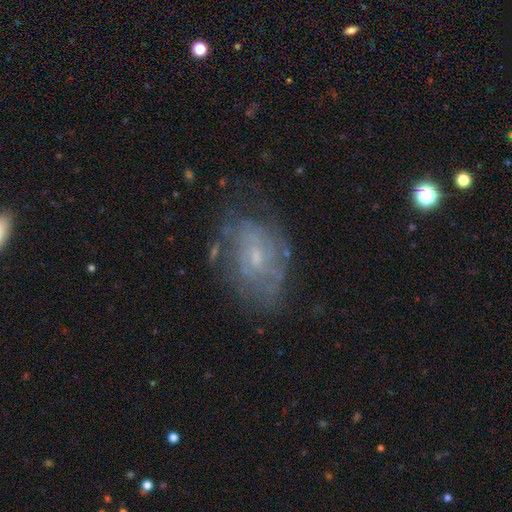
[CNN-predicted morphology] This appears to be a featured or disk galaxy (68%) with no bar (58%), spiral arms (68%) and a small central bulge (68%). Merging: none (63%).